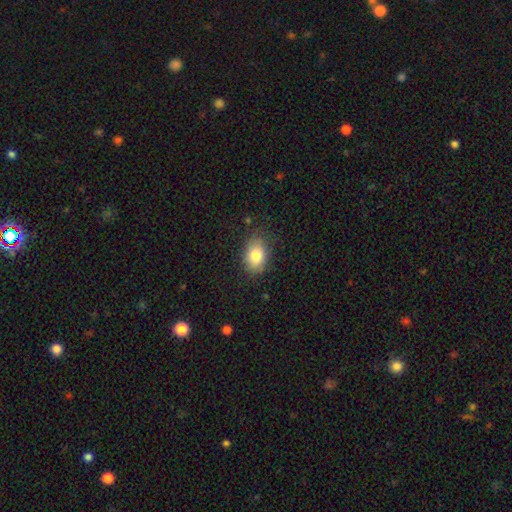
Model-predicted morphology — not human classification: Smooth or featured? Predicted: smooth (p=0.80). How rounded? Predicted: in between (p=0.80). Merging? Predicted: none (p=0.80).